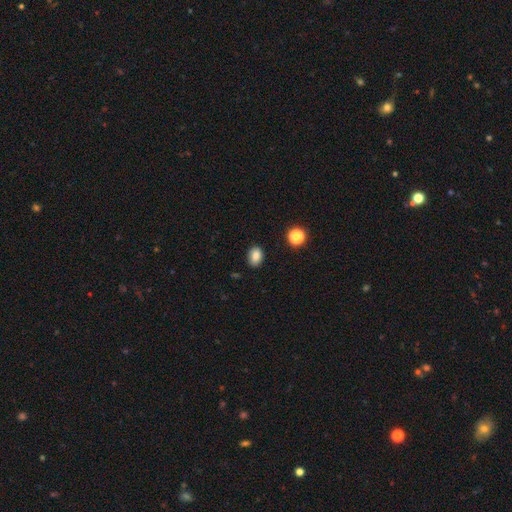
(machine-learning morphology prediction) type=smooth (84%); roundness=in between (74%); merging=none (86%).